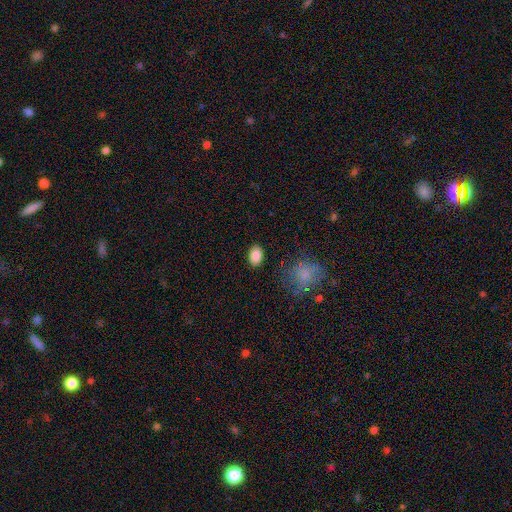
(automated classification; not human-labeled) Smooth or featured?
  - smooth: 88% *
  - star or artifact: 8%
  - featured or disk: 4%
How rounded?
  - in between: 84% *
  - round: 14%
  - cigar-shaped: 1%
Merging?
  - none: 87% *
  - minor disturbance: 9%
  - major disturbance: 3%
  - merger: 1%